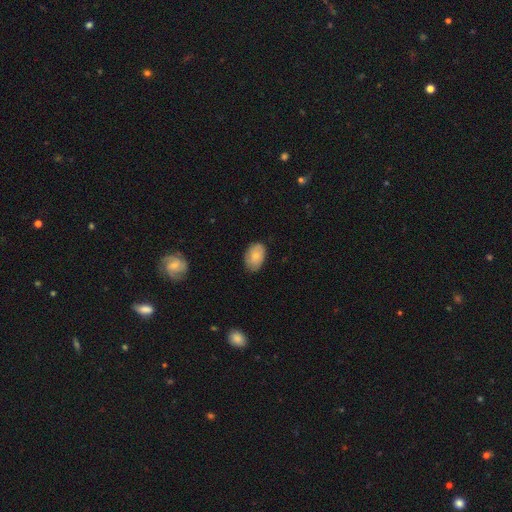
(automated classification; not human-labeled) Morphology: type=smooth (76%); roundness=in between (86%); merging=none (78%).